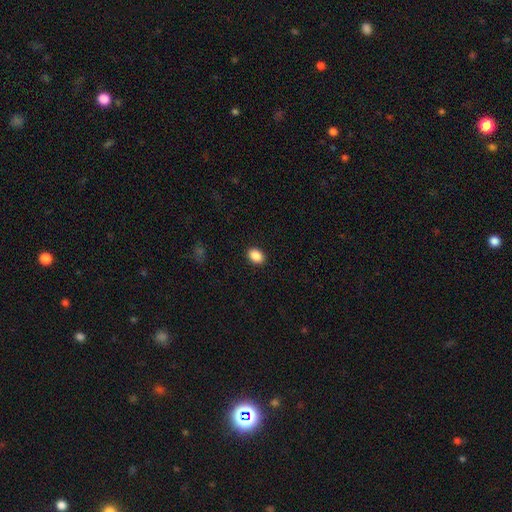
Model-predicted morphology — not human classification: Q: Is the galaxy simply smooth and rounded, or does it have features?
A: smooth — 89%.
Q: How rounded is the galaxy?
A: in between — 72%.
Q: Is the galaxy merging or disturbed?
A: none — 90%.